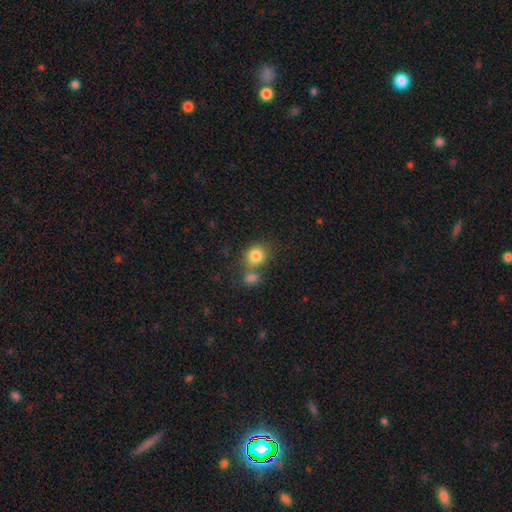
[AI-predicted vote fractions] smooth-or-featured: smooth: 82% | star or artifact: 10% | featured or disk: 8%
  how-rounded: round: 73% | in between: 26% | cigar-shaped: 1%
  merging: none: 52% | merger: 32% | minor disturbance: 12% | major disturbance: 5%